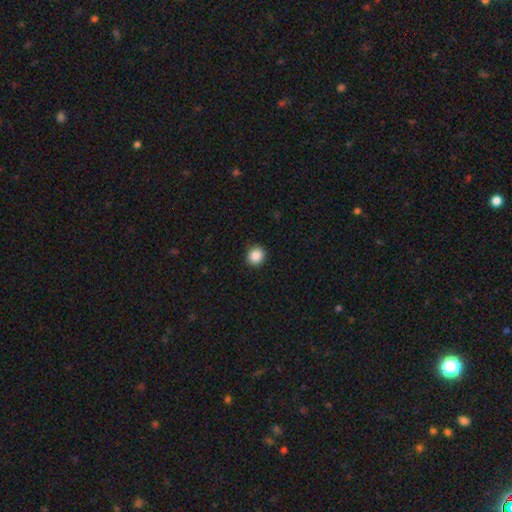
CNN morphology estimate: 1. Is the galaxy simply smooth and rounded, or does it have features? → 88% smooth, 9% star or artifact, 3% featured or disk.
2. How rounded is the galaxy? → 87% round, 12% in between, 1% cigar-shaped.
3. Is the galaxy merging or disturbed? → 90% none, 7% minor disturbance, 2% major disturbance, 1% merger.